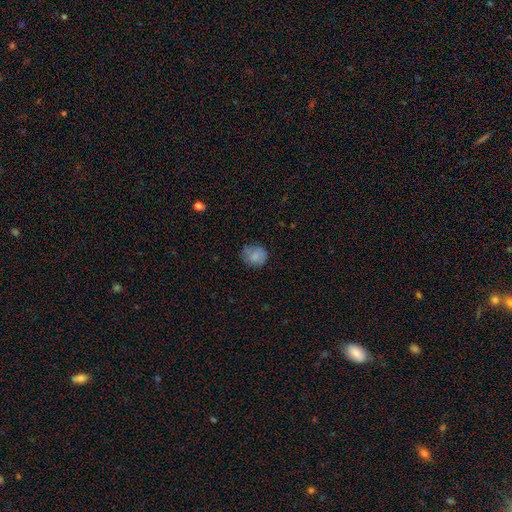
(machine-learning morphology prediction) Q: Smooth or featured?
A: smooth (78%); runner-up: featured or disk (13%)
Q: How rounded?
A: round (79%); runner-up: in between (20%)
Q: Merging?
A: none (68%); runner-up: minor disturbance (23%)